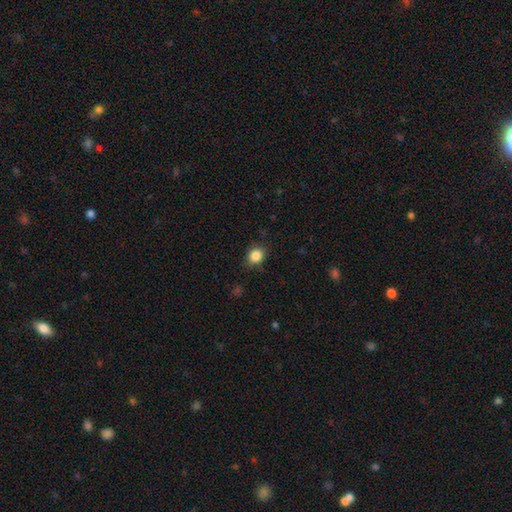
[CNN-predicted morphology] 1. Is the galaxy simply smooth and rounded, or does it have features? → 86% smooth, 10% star or artifact, 4% featured or disk.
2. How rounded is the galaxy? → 59% round, 40% in between, 1% cigar-shaped.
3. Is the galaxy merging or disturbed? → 85% none, 12% minor disturbance, 3% major disturbance, 1% merger.